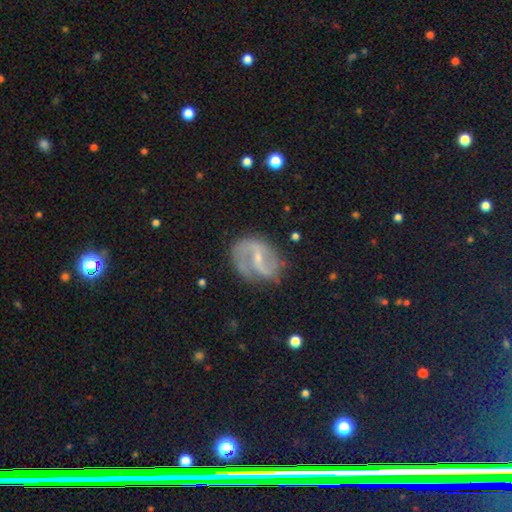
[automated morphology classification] This is clearly a featured or disk galaxy (82%). It is clearly not viewed edge-on (97%). Bar: possibly weak (50%). Spiral arm pattern: clearly yes (92%). Spiral arm count: likely 2 (78%). Spiral winding: possibly medium (47%). Central bulge: likely small (69%). Merging: likely none (66%).